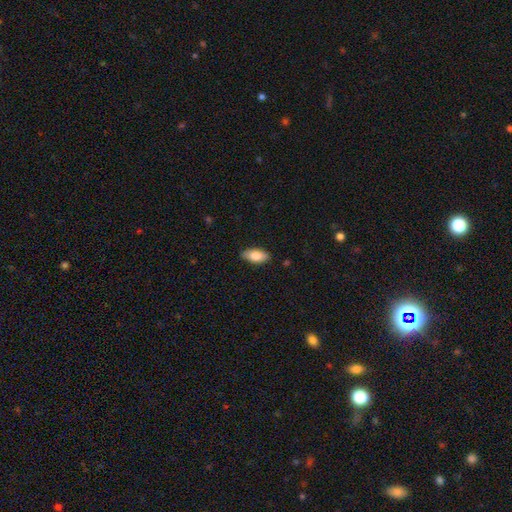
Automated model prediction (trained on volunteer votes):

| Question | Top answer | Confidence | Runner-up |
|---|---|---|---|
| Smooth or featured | smooth | 83% | featured or disk (11%) |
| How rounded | in between | 89% | cigar-shaped (8%) |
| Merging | none | 87% | minor disturbance (10%) |